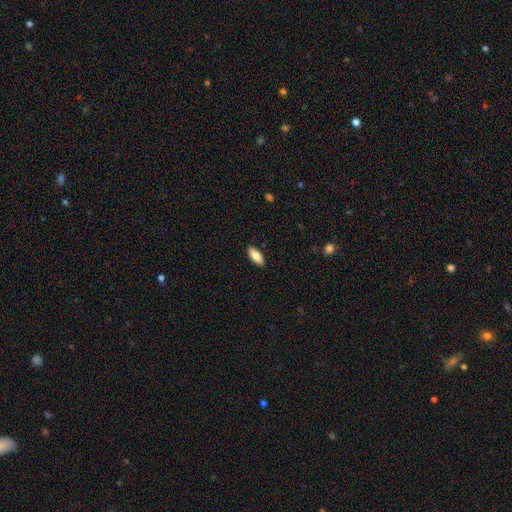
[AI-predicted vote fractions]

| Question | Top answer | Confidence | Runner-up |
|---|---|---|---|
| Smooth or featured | smooth | 80% | featured or disk (14%) |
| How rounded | in between | 80% | cigar-shaped (18%) |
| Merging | none | 90% | minor disturbance (8%) |